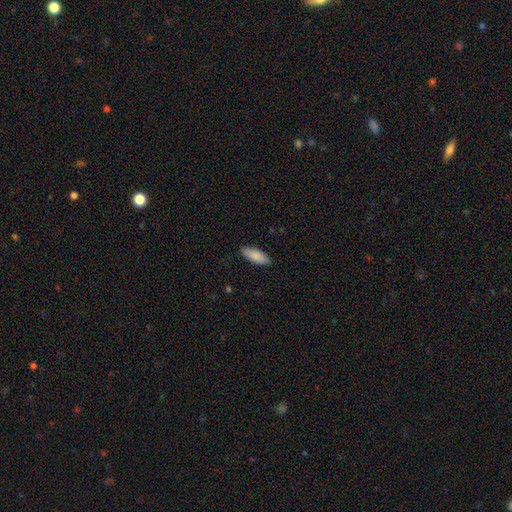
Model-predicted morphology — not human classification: Smooth or featured: smooth — 86% (featured or disk — 8%)
How rounded: in between — 73% (cigar-shaped — 25%)
Merging: none — 88% (minor disturbance — 9%)